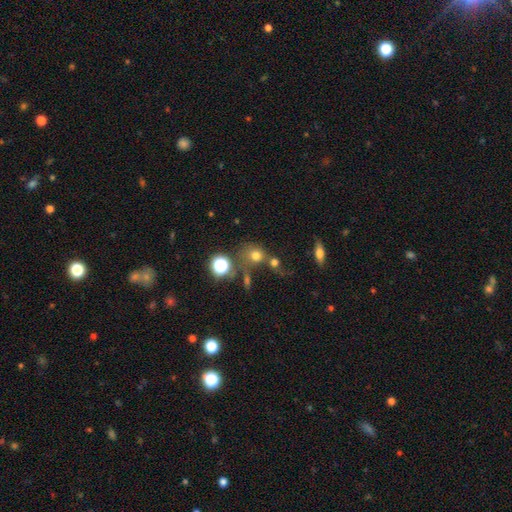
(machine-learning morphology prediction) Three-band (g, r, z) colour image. It shows a smooth galaxy with no disk features (70%) that is round (78%). Merging: none (45%).